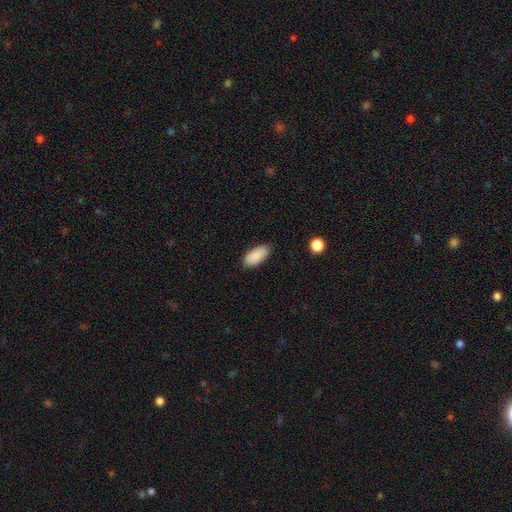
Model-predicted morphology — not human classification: type=smooth (88%); roundness=in between (93%); merging=none (84%).